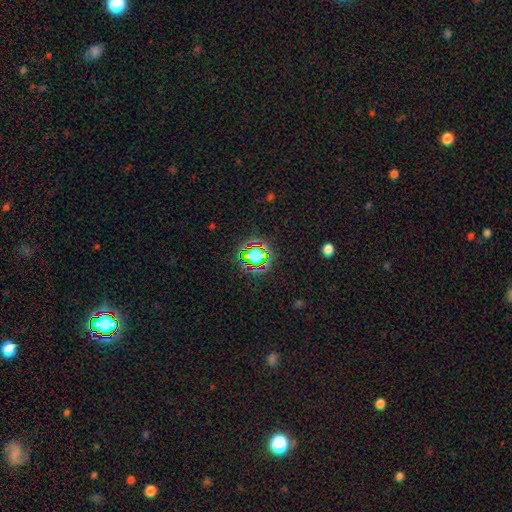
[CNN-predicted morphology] Smooth or featured?
  - star or artifact: 63% *
  - smooth: 24%
  - featured or disk: 13%